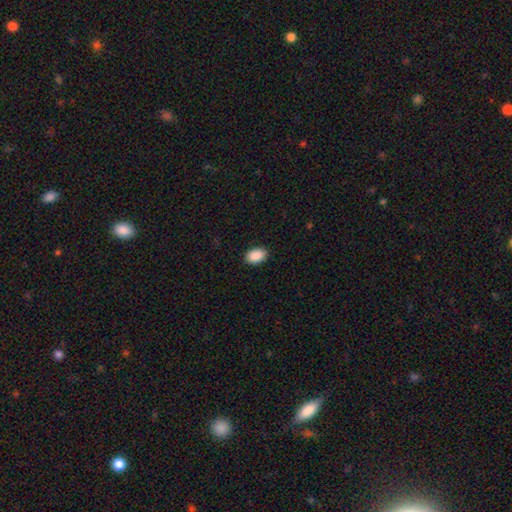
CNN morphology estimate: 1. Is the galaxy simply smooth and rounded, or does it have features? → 90% smooth, 7% star or artifact, 3% featured or disk.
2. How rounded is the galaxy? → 89% in between, 10% round, 1% cigar-shaped.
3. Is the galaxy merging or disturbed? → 89% none, 8% minor disturbance, 2% major disturbance, 1% merger.